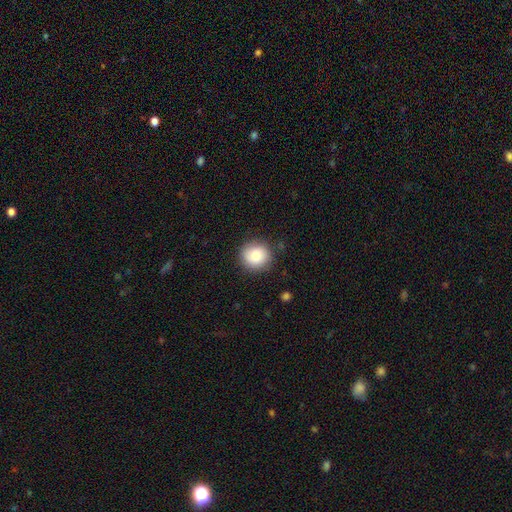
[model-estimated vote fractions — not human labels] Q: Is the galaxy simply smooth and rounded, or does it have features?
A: smooth — 84%.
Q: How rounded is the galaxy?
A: round — 90%.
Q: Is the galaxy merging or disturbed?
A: none — 84%.